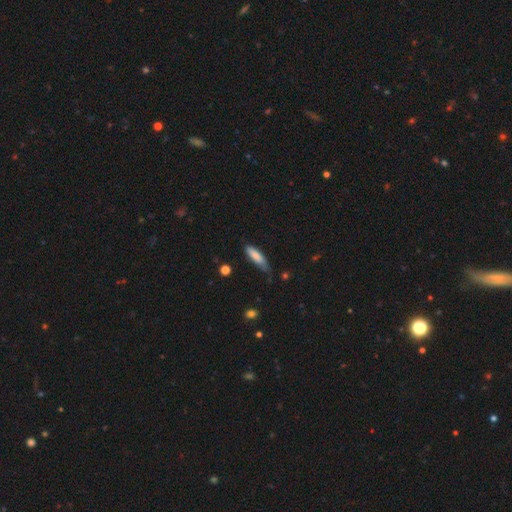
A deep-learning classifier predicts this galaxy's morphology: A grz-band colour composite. It shows a smooth galaxy with no disk features (80%) that is cigar-shaped (61%). Merging: none (55%).